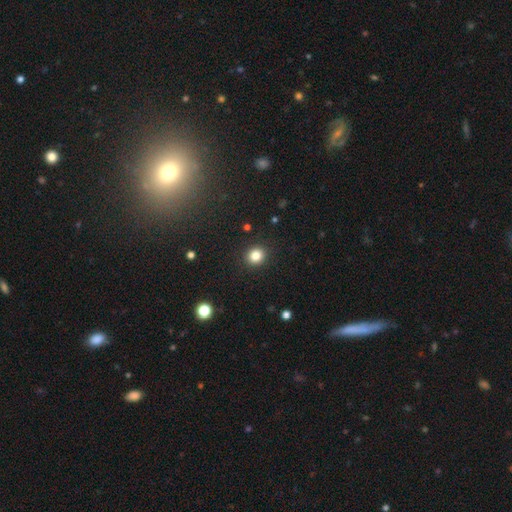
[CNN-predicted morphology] Overall: smooth (83%). How rounded: round (84%). Merging: none (91%).